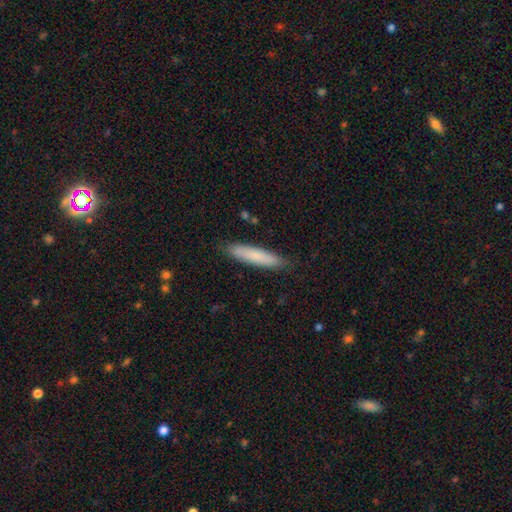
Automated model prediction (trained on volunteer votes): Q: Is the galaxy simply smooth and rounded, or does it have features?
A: smooth — 79%.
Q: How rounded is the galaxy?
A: cigar-shaped — 86%.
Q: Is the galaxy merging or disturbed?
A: none — 87%.